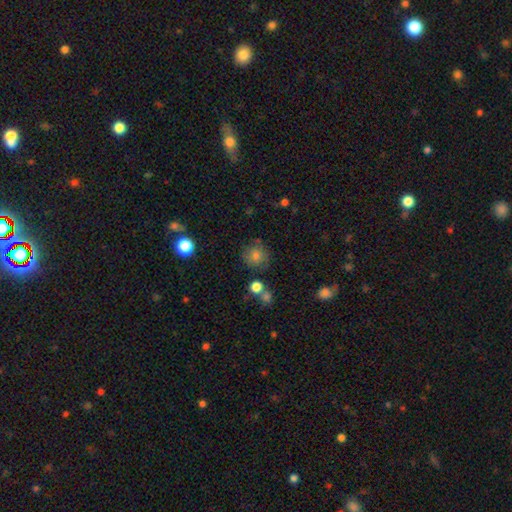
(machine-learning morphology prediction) Smooth or featured? Predicted: smooth (p=0.77). How rounded? Predicted: round (p=0.90). Merging? Predicted: none (p=0.76).